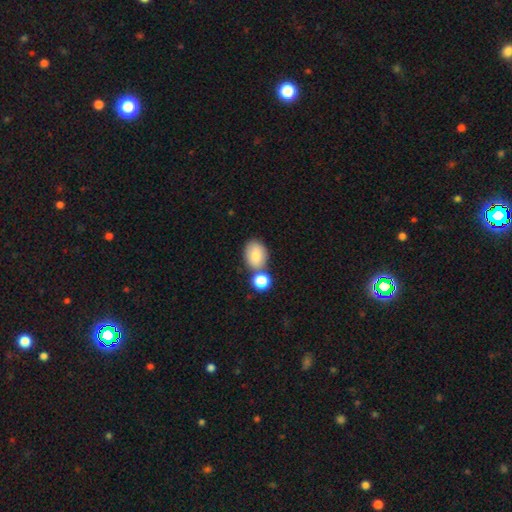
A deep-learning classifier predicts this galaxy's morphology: A smooth galaxy with no disk features (82%) that is in between round and cigar-shaped (73%). Merging: none (61%).